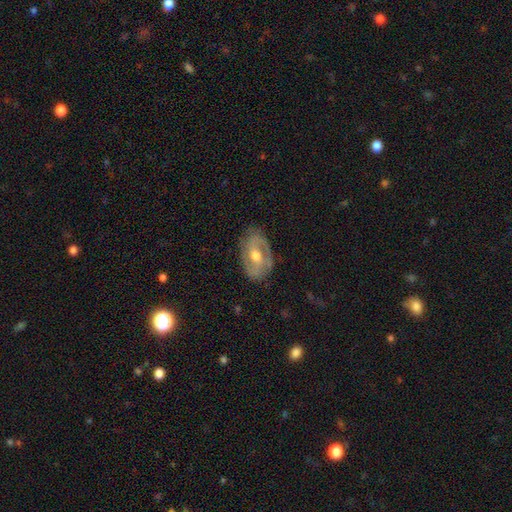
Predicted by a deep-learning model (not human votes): A featured or disk galaxy (78%) with a weak bar (44%), 2 (81%) medium (45%) spiral arms (83%) and a moderate central bulge (74%).

Vote fractions:
- Smooth or featured? featured or disk: 78% / smooth: 16% / star or artifact: 6%
- Edge-on disk? no: 95% / yes: 5%
- Bar? weak: 44% / no: 33% / strong: 23%
- Spiral arms? yes: 83% / no: 17%
- Spiral winding? medium: 45% / tight: 36% / loose: 19%
- Spiral arm count? 2: 81% / can't tell: 11% / 1: 3% / 3: 2% / 4: 1% / more than 4: 1%
- Bulge size? moderate: 74% / small: 18% / large: 6% / none: 1% / dominant: 1%
- Merging? none: 79% / minor disturbance: 15% / major disturbance: 5% / merger: 1%